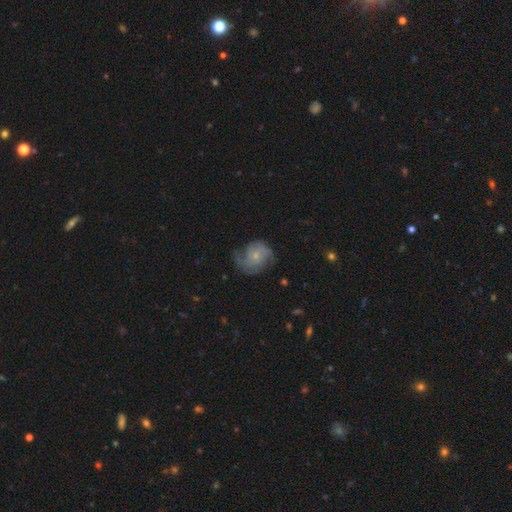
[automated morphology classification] Q: Smooth or featured?
A: featured or disk (76%); runner-up: smooth (17%)
Q: Edge-on disk?
A: no (98%); runner-up: yes (2%)
Q: Bar?
A: no (77%); runner-up: weak (20%)
Q: Spiral arms?
A: yes (94%); runner-up: no (6%)
Q: Spiral winding?
A: medium (42%); runner-up: tight (36%)
Q: Spiral arm count?
A: 2 (49%); runner-up: 3 (19%)
Q: Bulge size?
A: small (73%); runner-up: moderate (20%)
Q: Merging?
A: none (63%); runner-up: minor disturbance (22%)